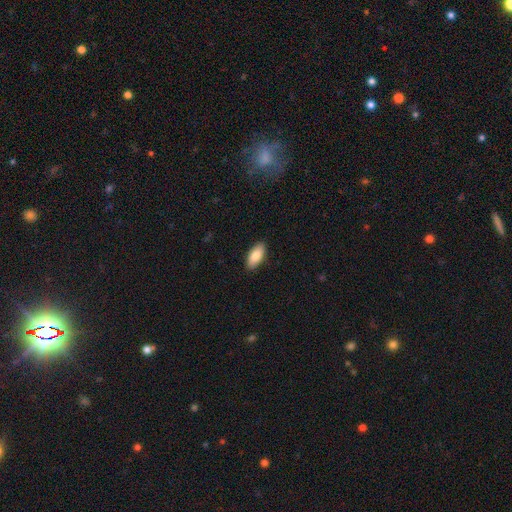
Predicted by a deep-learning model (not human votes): A smooth galaxy with no disk features (85%) that is in between round and cigar-shaped (87%).

Vote fractions:
- Smooth or featured? smooth: 85% / featured or disk: 9% / star or artifact: 6%
- How rounded? in between: 87% / cigar-shaped: 11% / round: 2%
- Merging? none: 88% / minor disturbance: 9% / major disturbance: 2% / merger: 1%